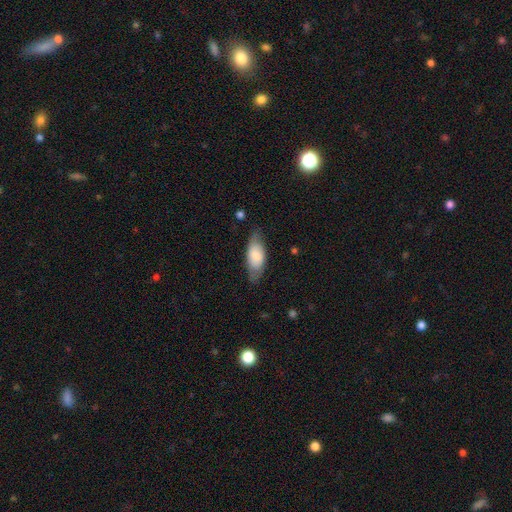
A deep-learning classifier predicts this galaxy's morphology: type=smooth (73%); roundness=in between (83%); merging=none (70%).